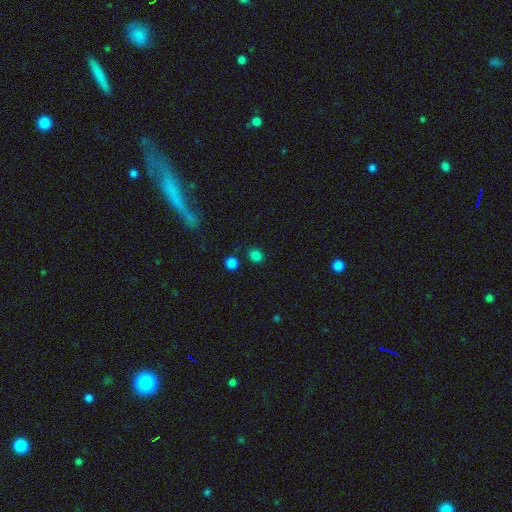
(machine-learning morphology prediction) The model was most divided on "how rounded": round: 75%, in between: 24%, cigar-shaped: 1%. More confident: merging — none (85%); smooth or featured — smooth (82%).